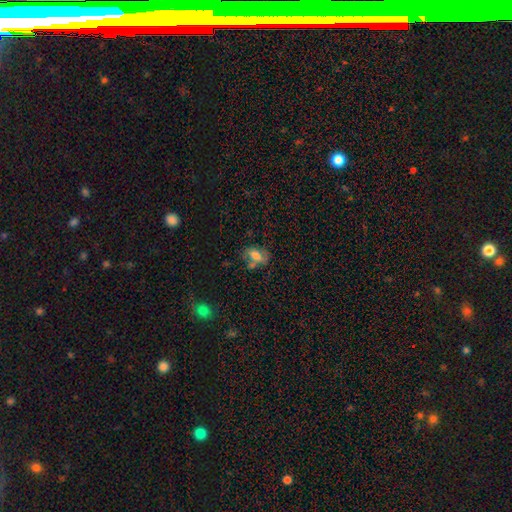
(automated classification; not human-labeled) smooth 63%, featured or disk 24%, star or artifact 13%. Down the decision tree: how rounded — in between (83%); merging — none (46%).